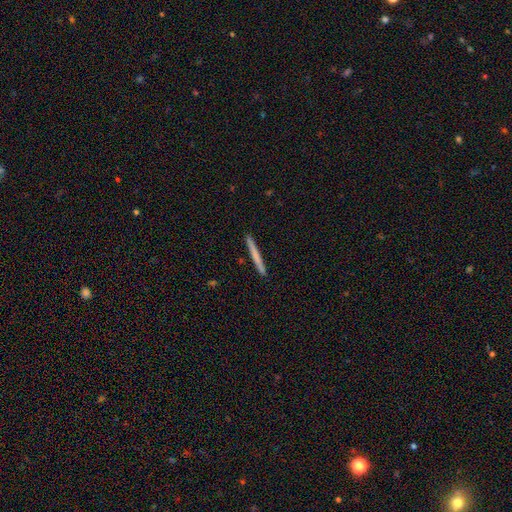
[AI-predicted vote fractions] Smooth or featured? smooth (67%)
How rounded? cigar-shaped (97%)
Merging? none (93%)